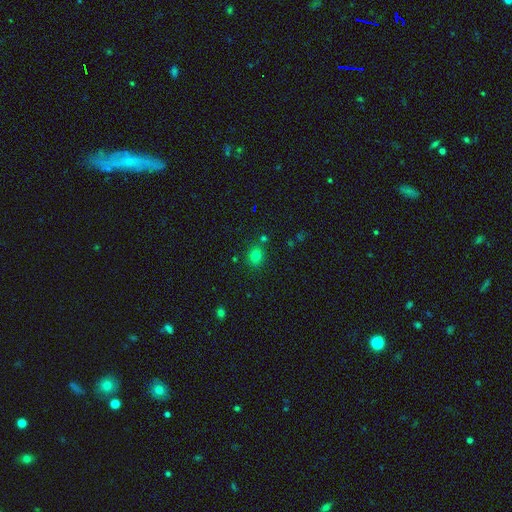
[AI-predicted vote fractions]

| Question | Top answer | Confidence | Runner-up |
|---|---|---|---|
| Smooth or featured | smooth | 76% | star or artifact (17%) |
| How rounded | round | 72% | in between (27%) |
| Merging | none | 80% | minor disturbance (10%) |